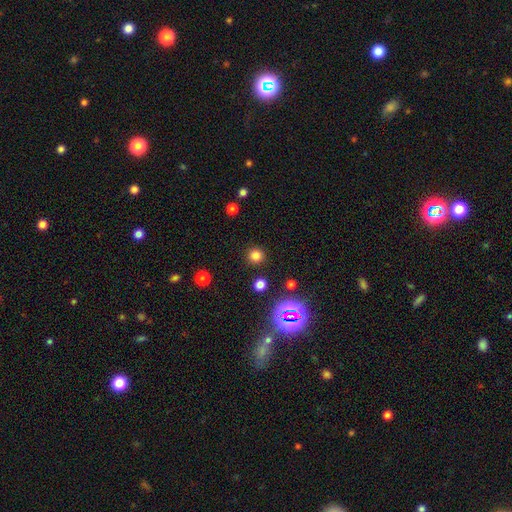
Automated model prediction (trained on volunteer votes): smooth 76%, star or artifact 19%, featured or disk 5%. Down the decision tree: how rounded — round (94%); merging — none (90%).